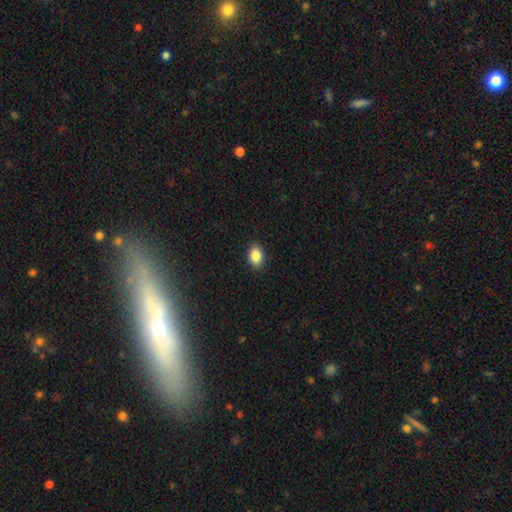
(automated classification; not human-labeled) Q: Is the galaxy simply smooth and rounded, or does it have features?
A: smooth — 87%.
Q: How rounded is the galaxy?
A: in between — 80%.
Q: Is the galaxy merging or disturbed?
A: none — 89%.